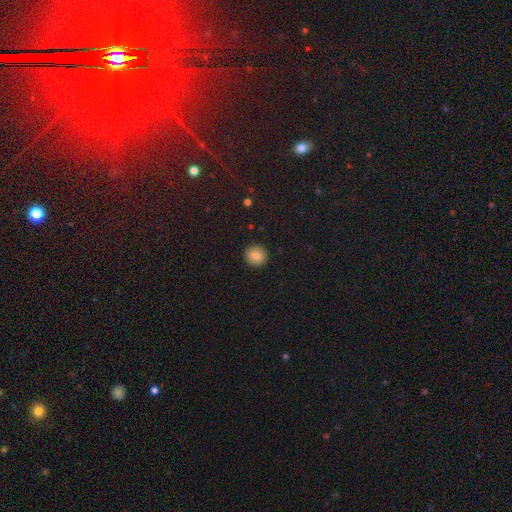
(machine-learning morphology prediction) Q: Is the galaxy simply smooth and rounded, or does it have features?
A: smooth — 82%.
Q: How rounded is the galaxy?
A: round — 93%.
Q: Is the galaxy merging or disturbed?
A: none — 92%.